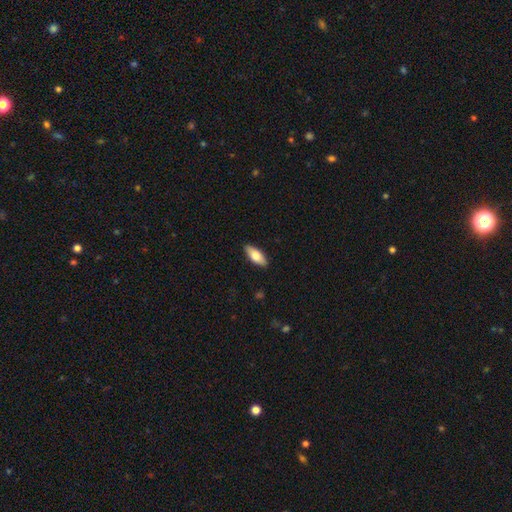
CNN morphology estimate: smooth_or_featured: smooth (p=0.75) [alt: featured or disk p=0.20]
how_rounded: in between (p=0.80) [alt: cigar-shaped p=0.17]
merging: none (p=0.89) [alt: minor disturbance p=0.08]